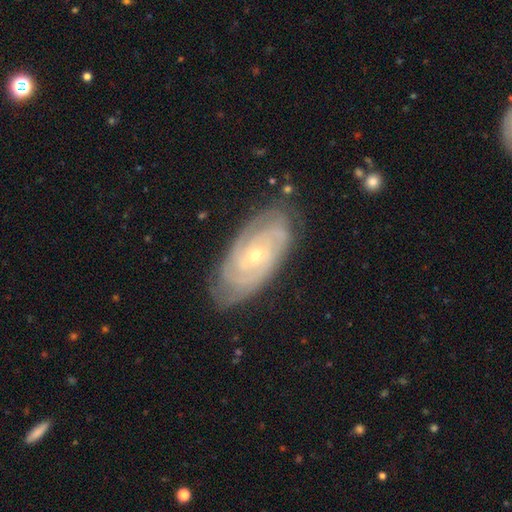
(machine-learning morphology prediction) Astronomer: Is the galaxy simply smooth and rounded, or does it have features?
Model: featured or disk — 87%.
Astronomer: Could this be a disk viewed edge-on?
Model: no — 95%.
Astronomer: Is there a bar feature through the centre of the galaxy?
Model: no — 70%.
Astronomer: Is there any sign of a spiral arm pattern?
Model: yes — 97%.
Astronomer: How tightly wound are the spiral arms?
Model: tight — 77%.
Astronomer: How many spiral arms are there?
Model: can't tell — 25% (runner-up: 3, 24%).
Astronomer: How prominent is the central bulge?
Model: small — 64%.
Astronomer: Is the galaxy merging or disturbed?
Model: none — 80%.